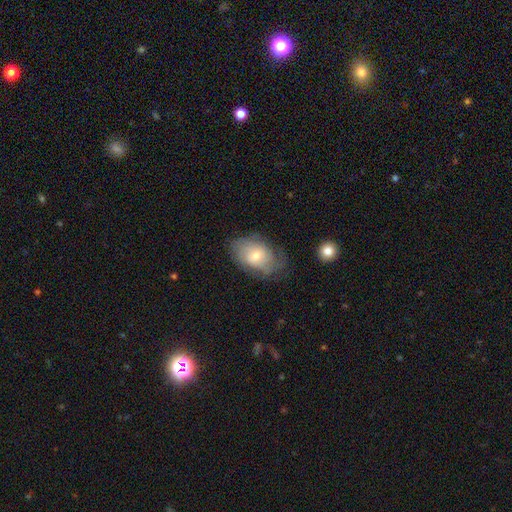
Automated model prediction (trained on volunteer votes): Smooth or featured? featured or disk (49%)
Merging? none (63%)